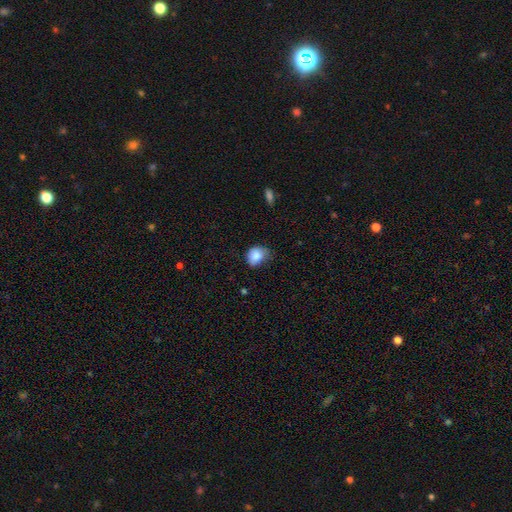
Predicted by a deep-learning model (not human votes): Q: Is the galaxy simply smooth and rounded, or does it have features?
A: smooth — 85%.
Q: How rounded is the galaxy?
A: in between — 52%.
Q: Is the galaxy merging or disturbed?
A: none — 47%.